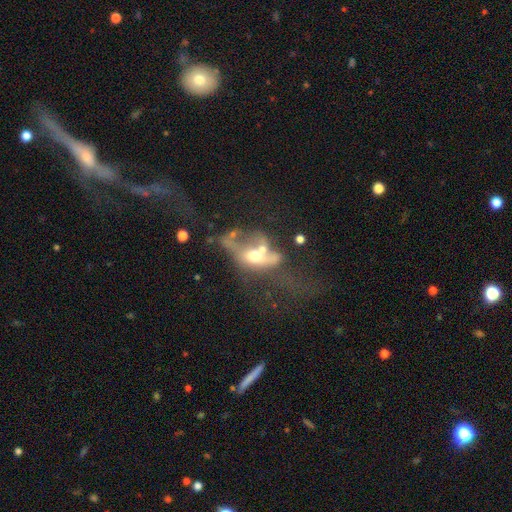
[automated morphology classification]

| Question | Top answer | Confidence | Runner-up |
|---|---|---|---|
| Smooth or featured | featured or disk | 56% | smooth (32%) |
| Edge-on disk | no | 88% | yes (12%) |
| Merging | merger | 48% | major disturbance (32%) |